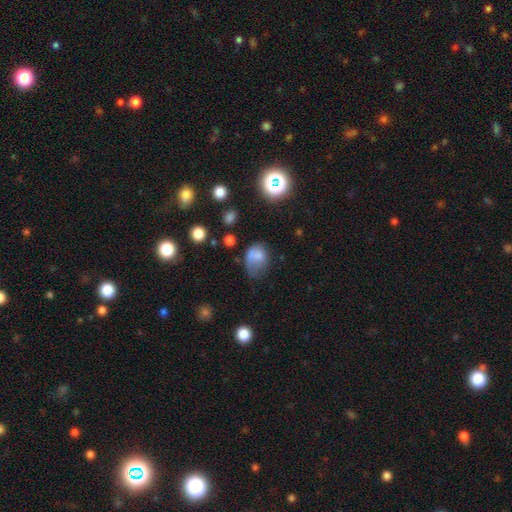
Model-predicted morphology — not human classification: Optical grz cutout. It shows a smooth galaxy with no disk features (68%) that is in between round and cigar-shaped (65%). Merging: minor disturbance (33%).